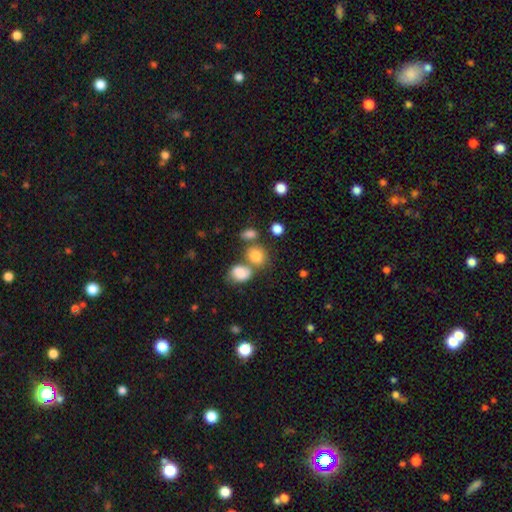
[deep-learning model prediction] This appears to be a smooth galaxy with no disk features (79%) that is round (56%). Merging: none (44%).